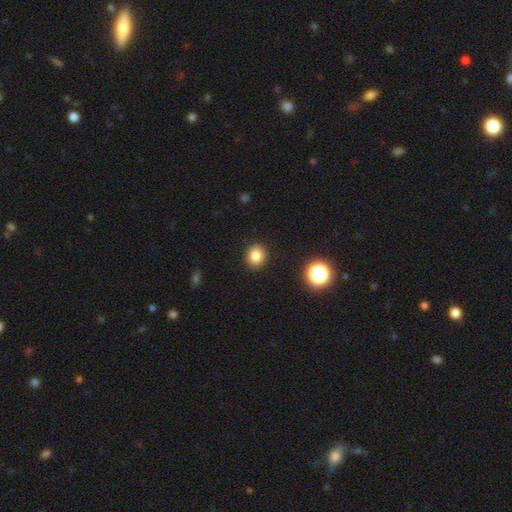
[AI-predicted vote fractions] This appears to be a smooth galaxy with no disk features (82%) that is round (78%). Merging: none (90%).